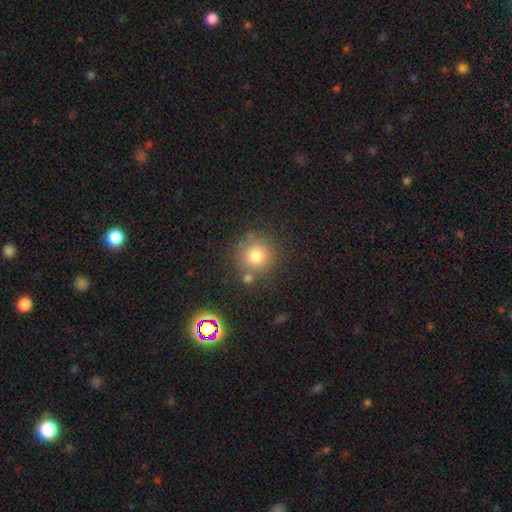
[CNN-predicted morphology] smooth-or-featured: smooth: 79% | star or artifact: 13% | featured or disk: 8%
  how-rounded: round: 92% | in between: 7% | cigar-shaped: 1%
  merging: none: 74% | minor disturbance: 11% | merger: 10% | major disturbance: 4%